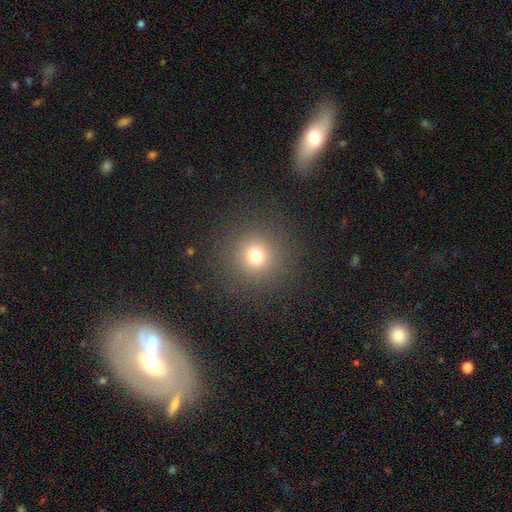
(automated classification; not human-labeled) smooth 72%, star or artifact 20%, featured or disk 9%. Down the decision tree: how rounded — round (95%); merging — none (89%).